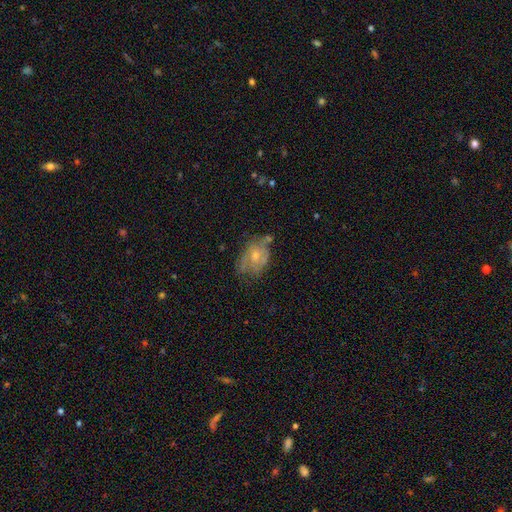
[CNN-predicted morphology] Smooth or featured: featured or disk — 55% (smooth — 32%)
Edge-on disk: no — 95% (yes — 5%)
Bar: no — 77% (weak — 19%)
Spiral arms: yes — 55% (no — 45%)
Bulge size: moderate — 51% (small — 42%)
Merging: none — 55% (minor disturbance — 27%)